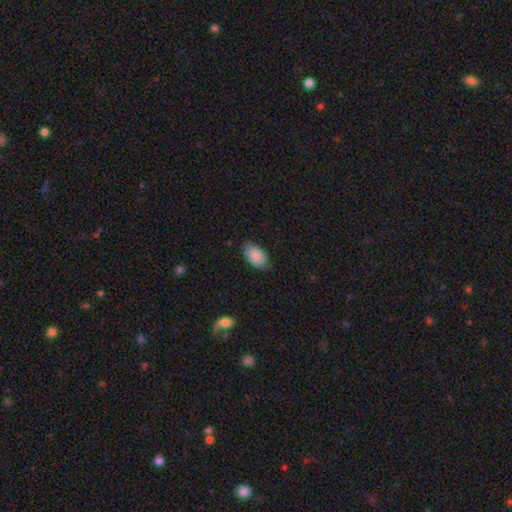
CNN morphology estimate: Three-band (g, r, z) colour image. It shows a smooth galaxy with no disk features (87%) that is in between round and cigar-shaped (93%). Merging: none (76%).